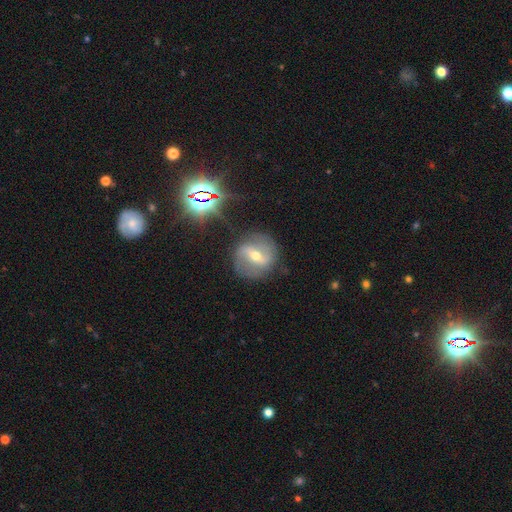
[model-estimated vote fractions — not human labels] Overall: featured or disk (71%). Edge-on disk: no (94%). Bar: strong (57%; weak 32%). Spiral arms: yes (74%). Bulge size: moderate (59%; small 37%). Merging: none (79%).